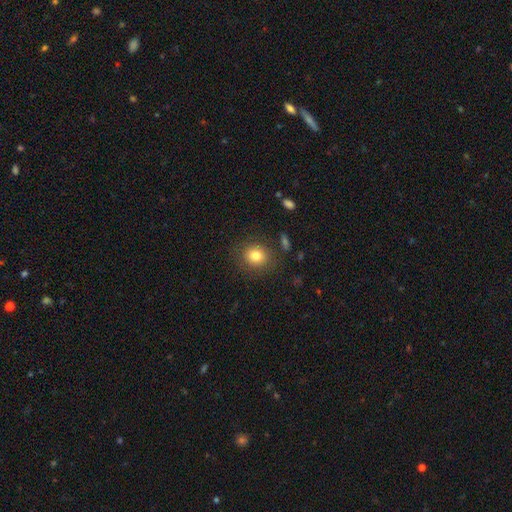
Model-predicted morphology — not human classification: Smooth or featured: smooth — 80% (star or artifact — 11%)
How rounded: round — 80% (in between — 19%)
Merging: none — 85% (minor disturbance — 9%)